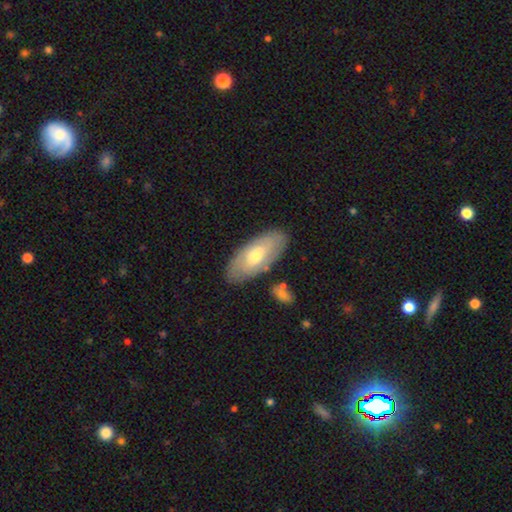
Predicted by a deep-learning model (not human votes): This is possibly a smooth galaxy (52%). How rounded: clearly in between (86%). Merging: clearly none (82%).